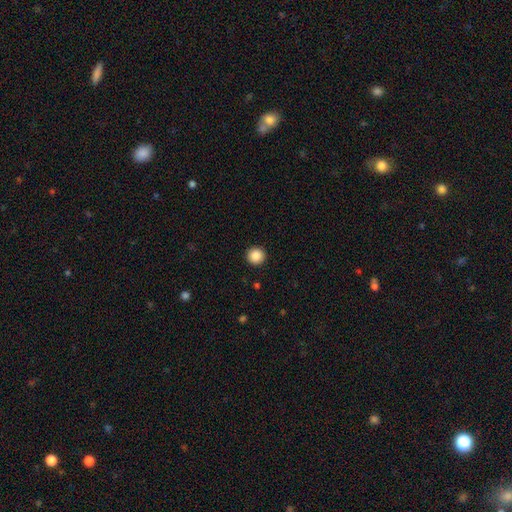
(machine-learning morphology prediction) Q: Smooth or featured?
A: smooth (87%); runner-up: star or artifact (10%)
Q: How rounded?
A: round (96%); runner-up: in between (4%)
Q: Merging?
A: none (93%); runner-up: minor disturbance (4%)